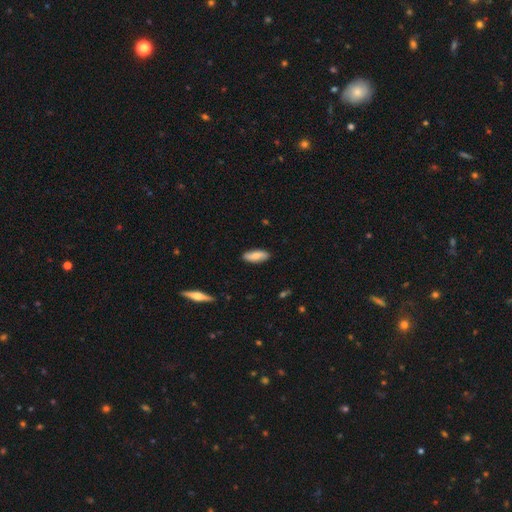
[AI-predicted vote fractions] Smooth or featured? Predicted: smooth (p=0.70). How rounded? Predicted: in between (p=0.74). Merging? Predicted: none (p=0.87).